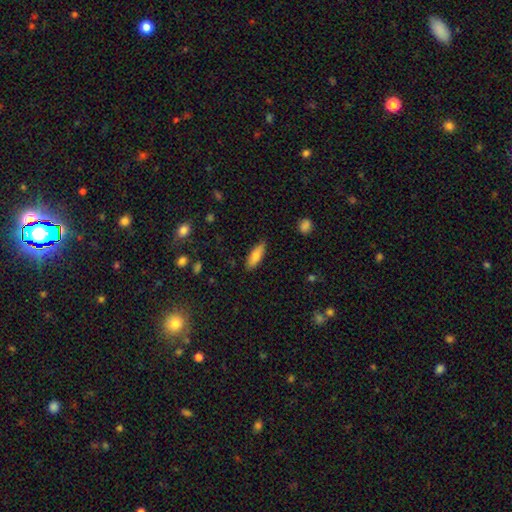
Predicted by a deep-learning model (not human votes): Smooth or featured?
  - smooth: 82% *
  - featured or disk: 12%
  - star or artifact: 6%
How rounded?
  - in between: 61% *
  - cigar-shaped: 37%
  - round: 2%
Merging?
  - none: 83% *
  - minor disturbance: 13%
  - major disturbance: 2%
  - merger: 1%